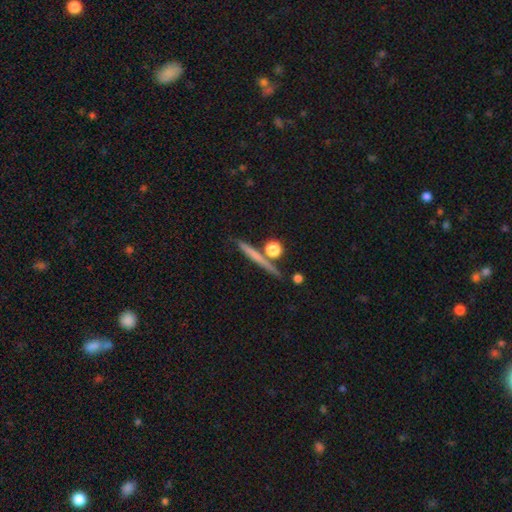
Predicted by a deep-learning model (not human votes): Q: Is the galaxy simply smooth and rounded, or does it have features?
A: smooth — 51%.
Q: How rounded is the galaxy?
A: cigar-shaped — 76%.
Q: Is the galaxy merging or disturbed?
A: none — 78%.